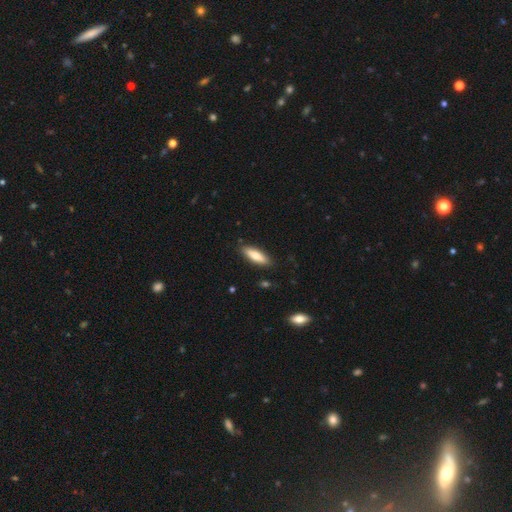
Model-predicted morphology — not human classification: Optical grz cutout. It shows a smooth galaxy with no disk features (76%) that is in between round and cigar-shaped (52%). Merging: none (87%).